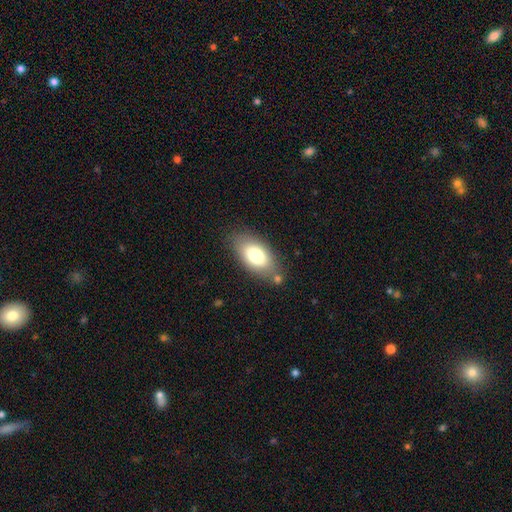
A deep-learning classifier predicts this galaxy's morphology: Q: Smooth or featured?
A: smooth (75%); runner-up: featured or disk (17%)
Q: How rounded?
A: in between (91%); runner-up: round (5%)
Q: Merging?
A: none (75%); runner-up: minor disturbance (15%)